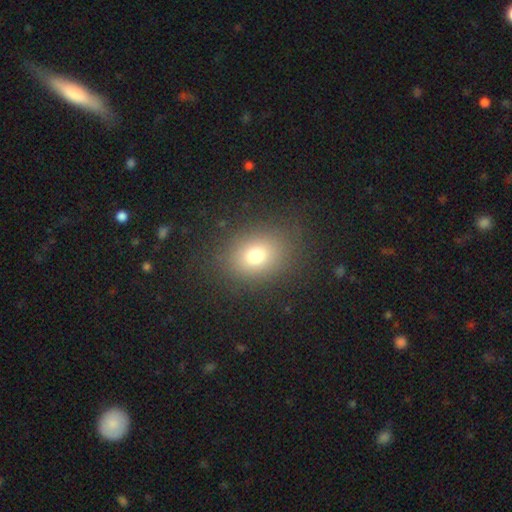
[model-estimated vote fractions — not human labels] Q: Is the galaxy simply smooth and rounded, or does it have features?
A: smooth — 75%.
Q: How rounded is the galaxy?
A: in between — 53%.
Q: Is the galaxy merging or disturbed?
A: none — 84%.